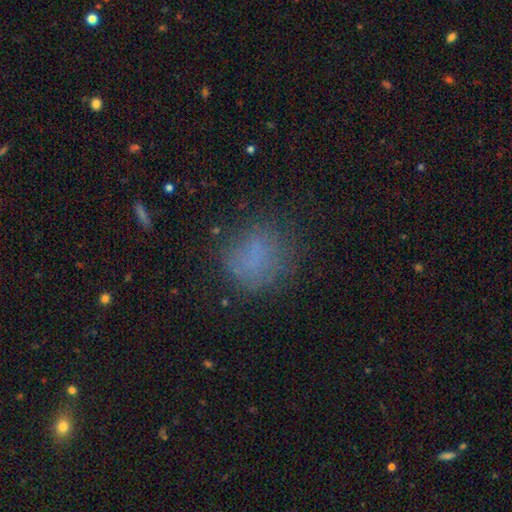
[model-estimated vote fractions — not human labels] The model was most divided on "how rounded": round: 71%, in between: 28%, cigar-shaped: 1%. More confident: merging — none (71%); smooth or featured — smooth (69%).